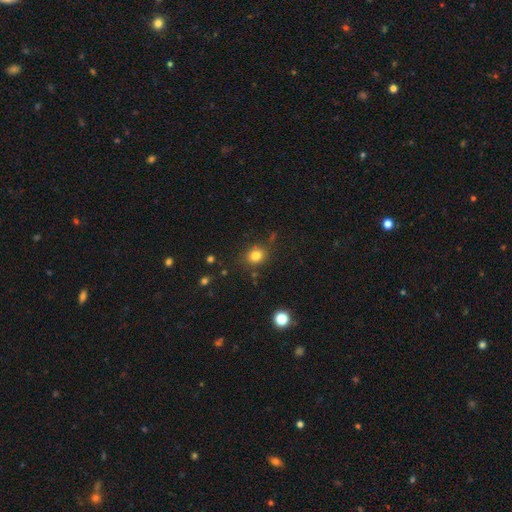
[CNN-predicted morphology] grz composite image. It shows a smooth galaxy with no disk features (80%) that is round (68%). Merging: none (80%).